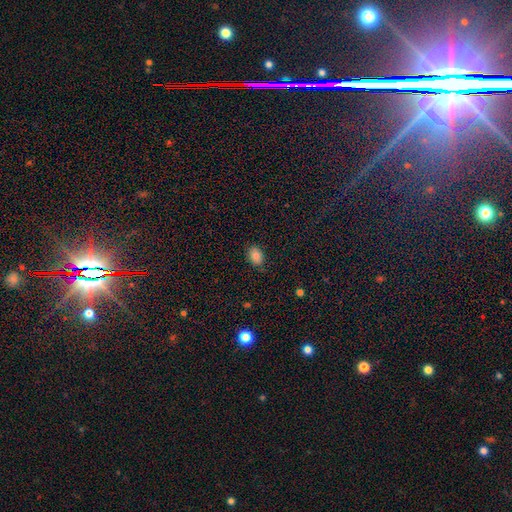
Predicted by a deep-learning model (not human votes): Smooth or featured?
  - smooth: 82% *
  - star or artifact: 10%
  - featured or disk: 7%
How rounded?
  - in between: 80% *
  - round: 19%
  - cigar-shaped: 1%
Merging?
  - none: 84% *
  - minor disturbance: 13%
  - major disturbance: 3%
  - merger: 1%